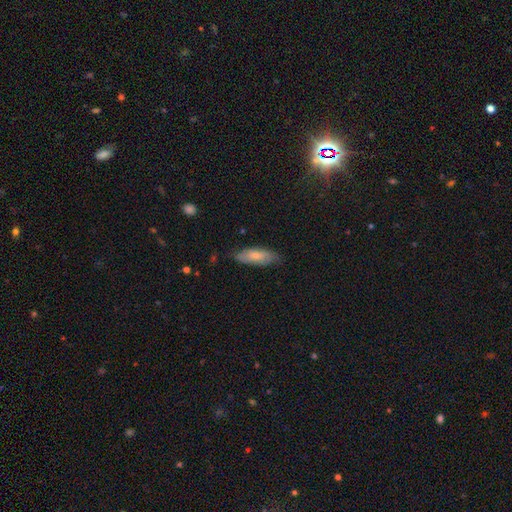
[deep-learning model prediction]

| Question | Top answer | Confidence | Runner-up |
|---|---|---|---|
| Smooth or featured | smooth | 65% | featured or disk (29%) |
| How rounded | in between | 69% | cigar-shaped (28%) |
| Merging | none | 70% | minor disturbance (24%) |